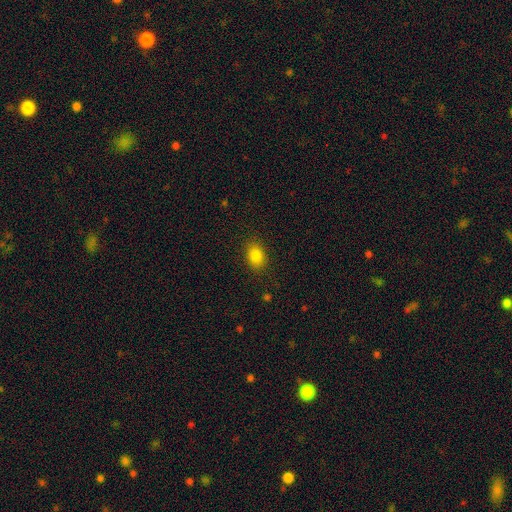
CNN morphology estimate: Smooth or featured? Predicted: smooth (p=0.83). How rounded? Predicted: in between (p=0.71). Merging? Predicted: none (p=0.87).